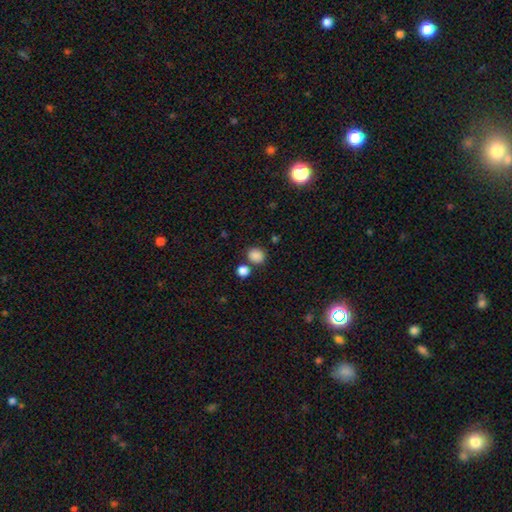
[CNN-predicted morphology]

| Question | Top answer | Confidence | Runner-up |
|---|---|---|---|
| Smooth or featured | smooth | 85% | star or artifact (11%) |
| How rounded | round | 75% | in between (24%) |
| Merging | none | 73% | merger (14%) |